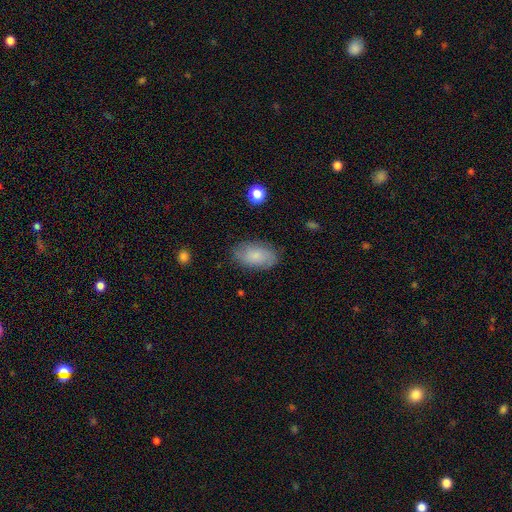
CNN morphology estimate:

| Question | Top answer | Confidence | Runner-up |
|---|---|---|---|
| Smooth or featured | smooth | 72% | featured or disk (20%) |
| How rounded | in between | 94% | round (4%) |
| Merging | none | 81% | minor disturbance (15%) |